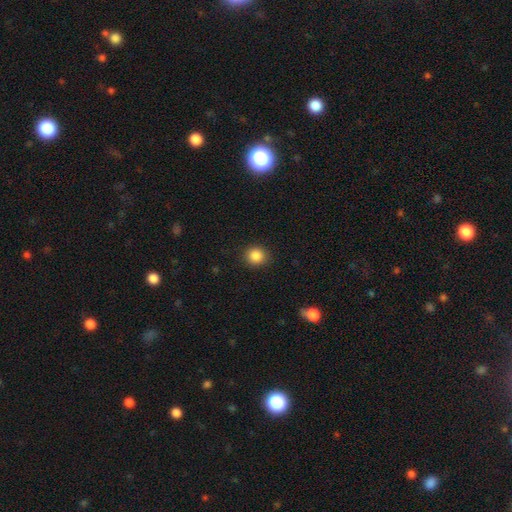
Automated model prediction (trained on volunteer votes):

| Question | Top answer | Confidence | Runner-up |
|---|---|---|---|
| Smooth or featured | smooth | 86% | star or artifact (10%) |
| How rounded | round | 87% | in between (12%) |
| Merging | none | 90% | minor disturbance (7%) |